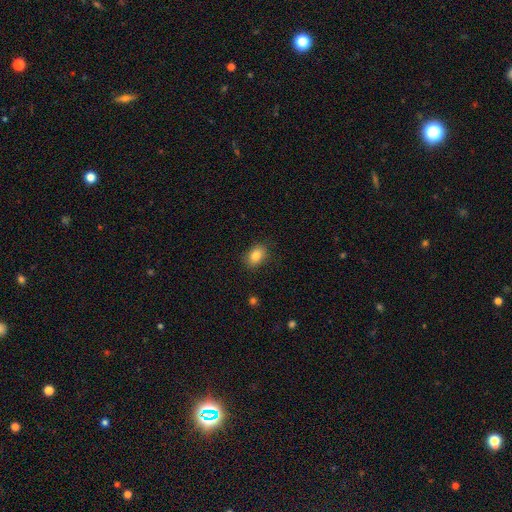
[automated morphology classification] This appears to be a smooth galaxy with no disk features (83%) that is in between round and cigar-shaped (76%). Merging: none (86%).